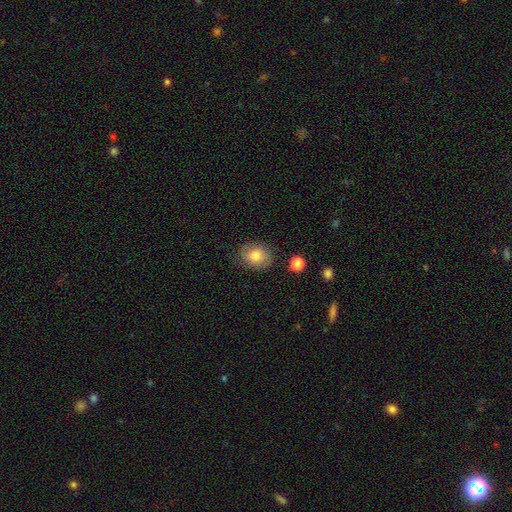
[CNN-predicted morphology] The model was most divided on "how rounded": round: 56%, in between: 43%, cigar-shaped: 1%. More confident: merging — none (77%); smooth or featured — smooth (76%).